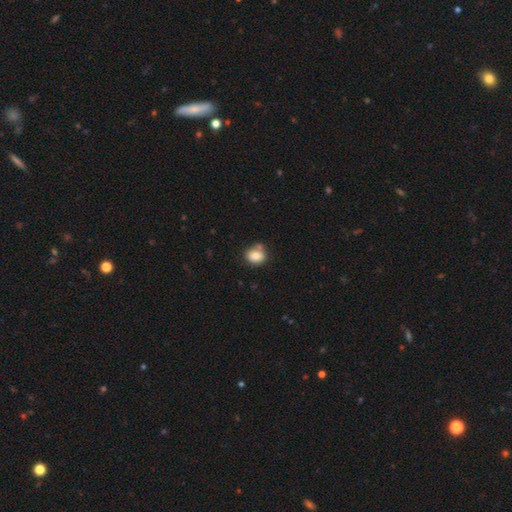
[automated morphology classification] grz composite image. It shows a smooth galaxy with no disk features (81%) that is round (58%). Merging: none (61%).